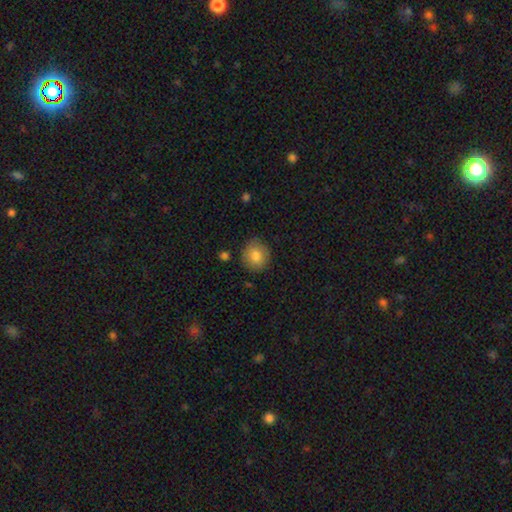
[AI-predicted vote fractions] Morphology: type=smooth (82%); roundness=round (84%); merging=none (85%).